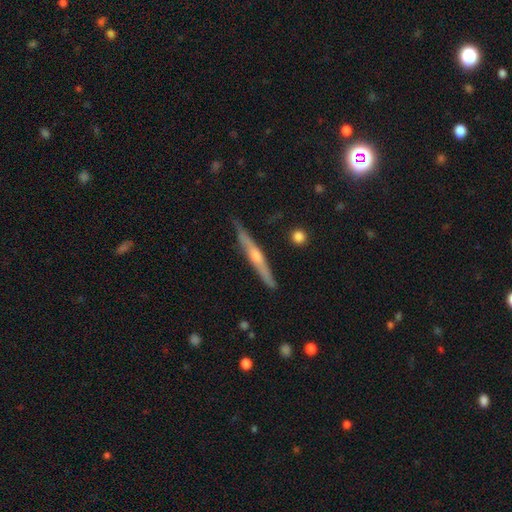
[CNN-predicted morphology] This appears to be a featured or disk galaxy (67%) viewed edge-on (96%) with a rounded central bulge (75%). Merging: none (83%).